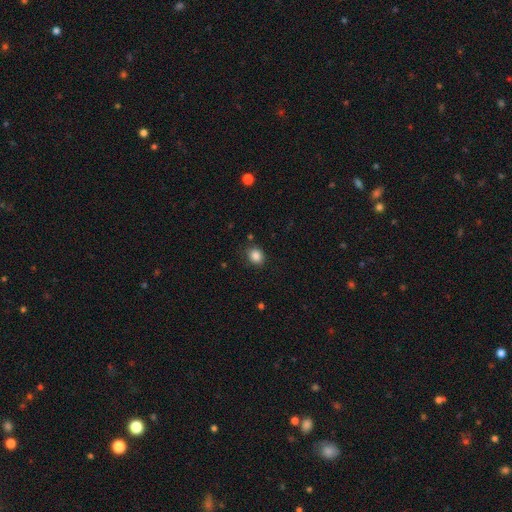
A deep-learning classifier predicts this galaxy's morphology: Q: Smooth or featured?
A: smooth (86%); runner-up: star or artifact (10%)
Q: How rounded?
A: round (65%); runner-up: in between (34%)
Q: Merging?
A: none (84%); runner-up: minor disturbance (11%)